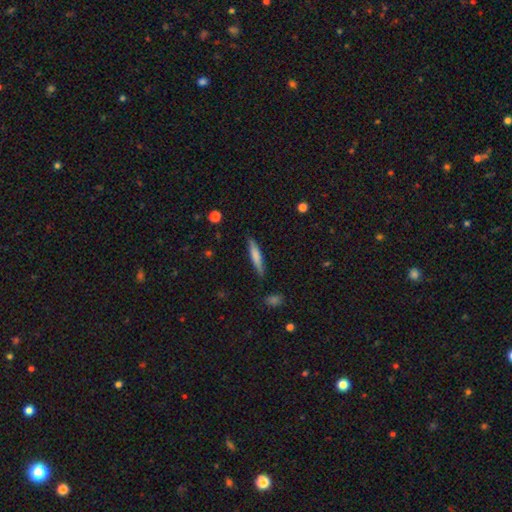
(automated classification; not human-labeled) Smooth or featured: smooth — 70% (featured or disk — 24%)
How rounded: cigar-shaped — 90% (in between — 9%)
Merging: none — 84% (minor disturbance — 12%)